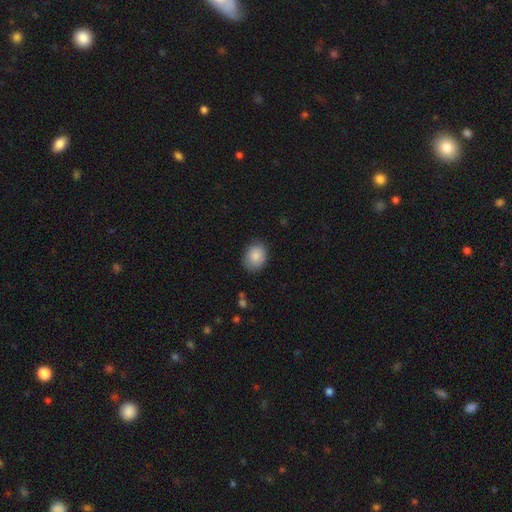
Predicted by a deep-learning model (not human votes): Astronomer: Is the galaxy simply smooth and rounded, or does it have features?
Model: smooth — 88%.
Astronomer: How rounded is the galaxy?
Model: in between — 59% (runner-up: round, 40%).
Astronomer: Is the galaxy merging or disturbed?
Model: none — 82%.